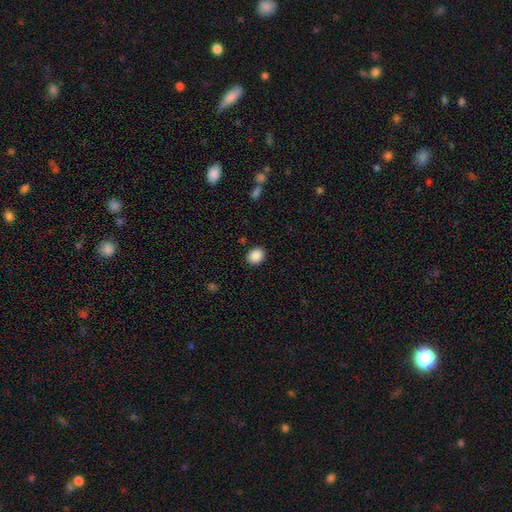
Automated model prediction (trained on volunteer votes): Smooth or featured? Predicted: smooth (p=0.89). How rounded? Predicted: round (p=0.63). Merging? Predicted: none (p=0.90).